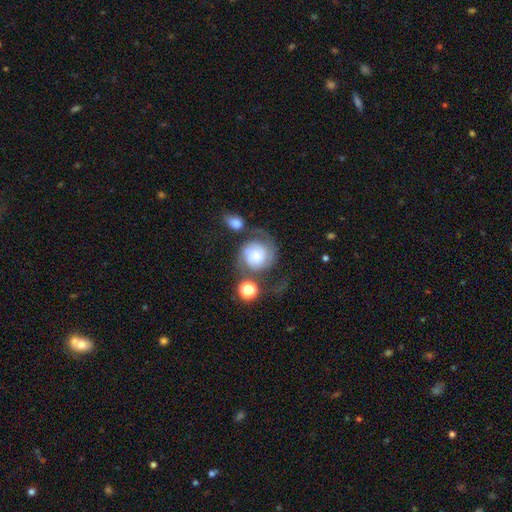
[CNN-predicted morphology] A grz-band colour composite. It shows a featured or disk galaxy (65%) with no bar (75%), 2 (72%) tight (39%) spiral arms (92%) and a small central bulge (43%). Merging: none (43%).